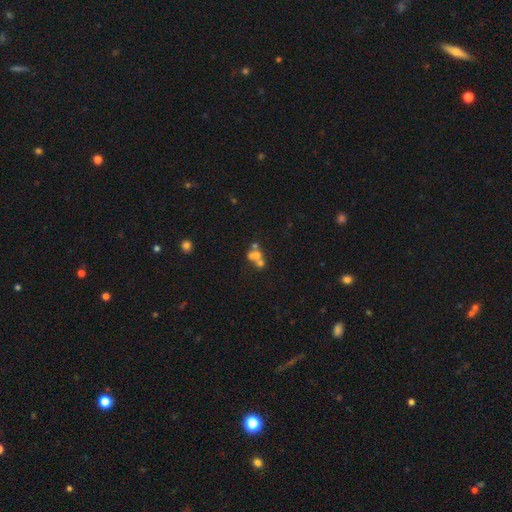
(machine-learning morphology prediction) Smooth or featured: smooth — 48% (featured or disk — 32%)
Merging: merger — 56% (none — 30%)